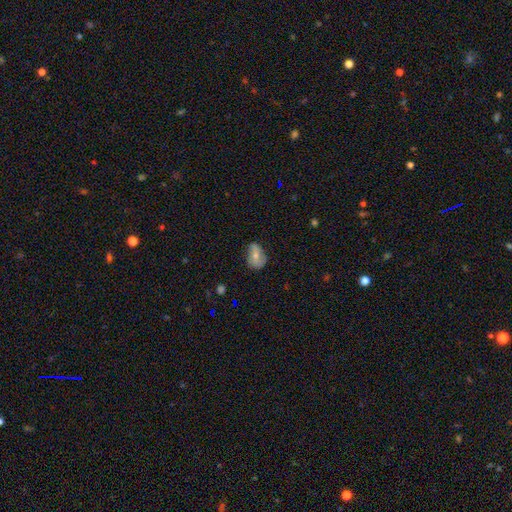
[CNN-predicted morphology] Overall: smooth (53%; featured or disk 38%). How rounded: in between (72%). Merging: none (57%; minor disturbance 32%).